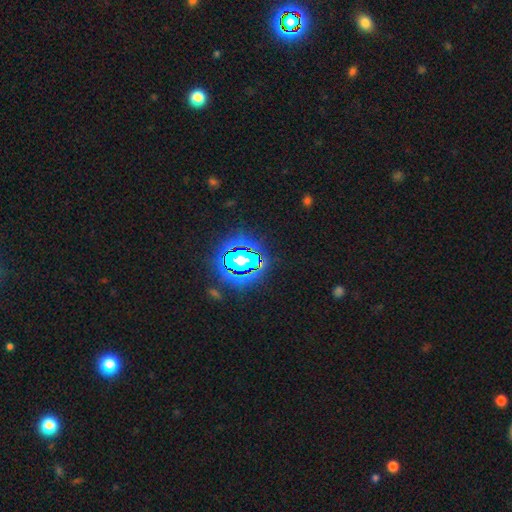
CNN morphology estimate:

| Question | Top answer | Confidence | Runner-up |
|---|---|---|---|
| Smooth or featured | star or artifact | 81% | smooth (12%) |